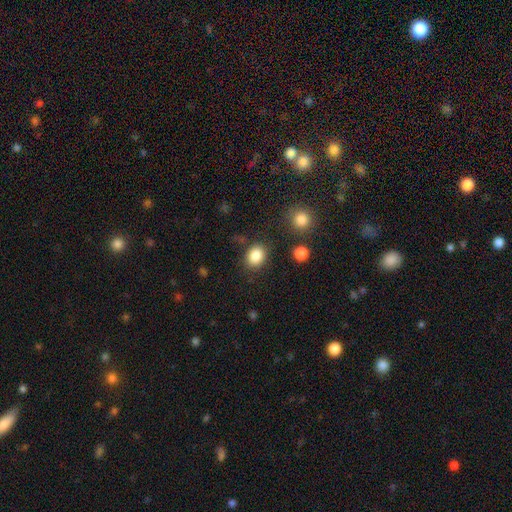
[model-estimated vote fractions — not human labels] Smooth or featured: smooth — 85% (star or artifact — 9%)
How rounded: in between — 52% (round — 47%)
Merging: none — 80% (minor disturbance — 12%)